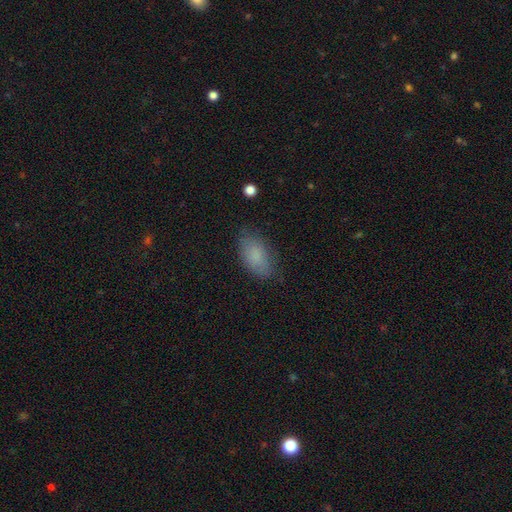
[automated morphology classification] This is clearly a smooth galaxy (84%). How rounded: clearly in between (92%). Merging: likely none (78%).